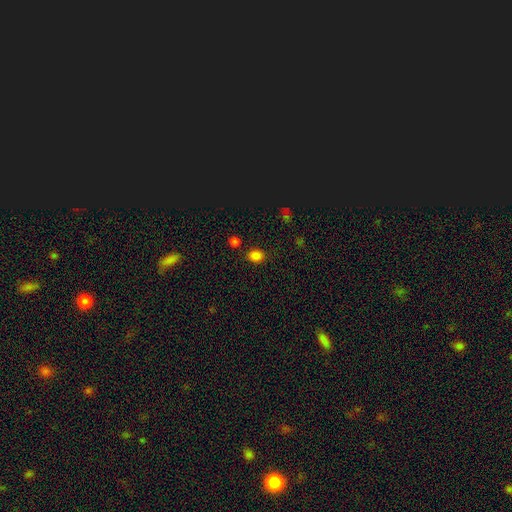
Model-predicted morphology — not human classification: Q: Smooth or featured?
A: smooth (81%); runner-up: star or artifact (15%)
Q: How rounded?
A: round (50%); runner-up: in between (49%)
Q: Merging?
A: none (82%); runner-up: minor disturbance (10%)